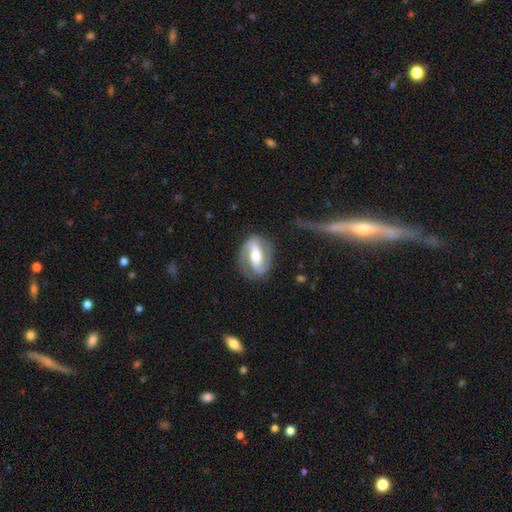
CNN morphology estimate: featured or disk 81%, smooth 14%, star or artifact 5%. Down the decision tree: edge-on disk — no (96%); bar — strong (53%); spiral arms — yes (91%); spiral arm count — 2 (89%); spiral winding — medium (45%); bulge size — moderate (64%); merging — none (78%).